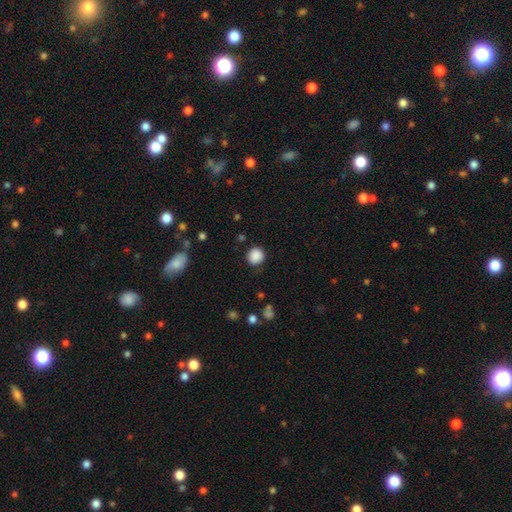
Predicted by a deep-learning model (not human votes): smooth_or_featured: smooth (p=0.87) [alt: star or artifact p=0.09]
how_rounded: round (p=0.90) [alt: in between p=0.09]
merging: none (p=0.85) [alt: minor disturbance p=0.10]